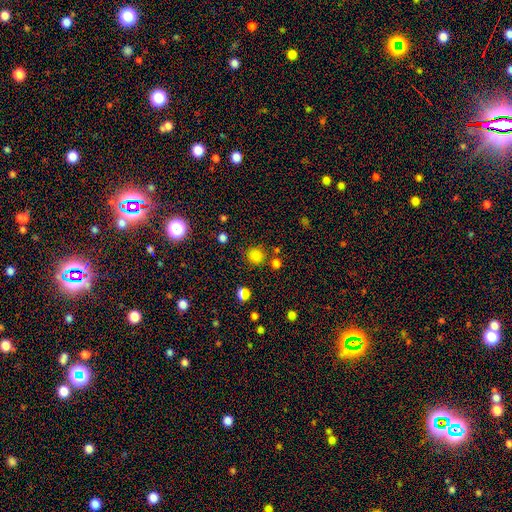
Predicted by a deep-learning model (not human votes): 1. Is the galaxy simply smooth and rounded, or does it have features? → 78% smooth, 17% star or artifact, 4% featured or disk.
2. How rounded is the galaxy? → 91% round, 8% in between, 1% cigar-shaped.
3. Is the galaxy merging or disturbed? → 82% none, 9% minor disturbance, 6% merger, 4% major disturbance.